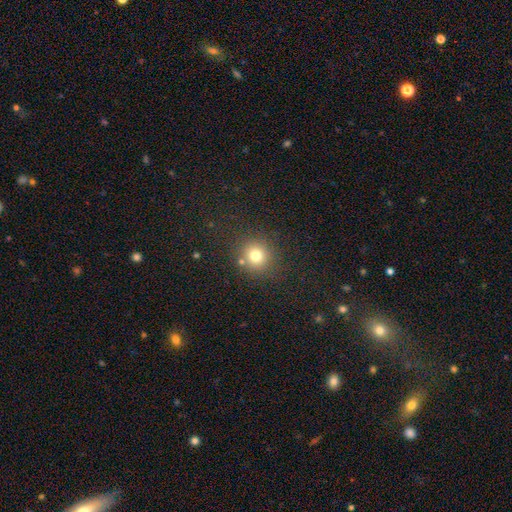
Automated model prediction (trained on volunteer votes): The model was most divided on "smooth or featured": smooth: 77%, star or artifact: 16%, featured or disk: 8%. More confident: how rounded — round (91%); merging — none (82%).